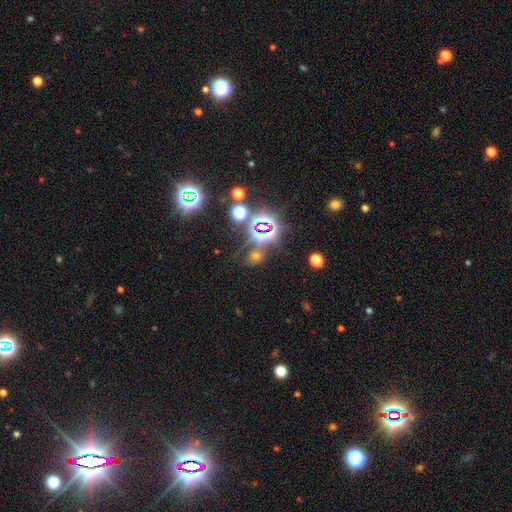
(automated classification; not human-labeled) Q: Smooth or featured?
A: star or artifact (53%); runner-up: smooth (38%)